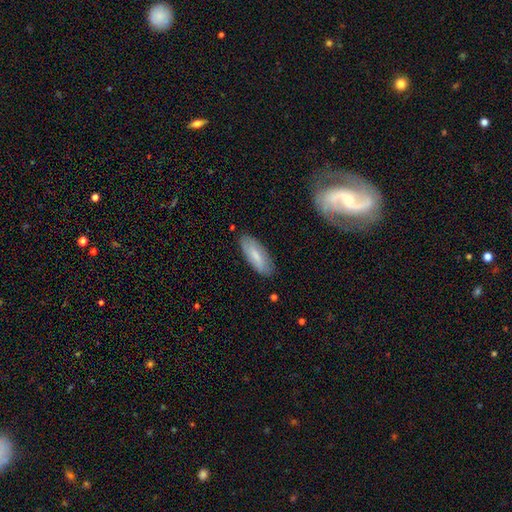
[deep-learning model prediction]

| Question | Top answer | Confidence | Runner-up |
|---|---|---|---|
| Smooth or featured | smooth | 70% | featured or disk (24%) |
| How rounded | in between | 65% | cigar-shaped (33%) |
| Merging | none | 83% | minor disturbance (13%) |